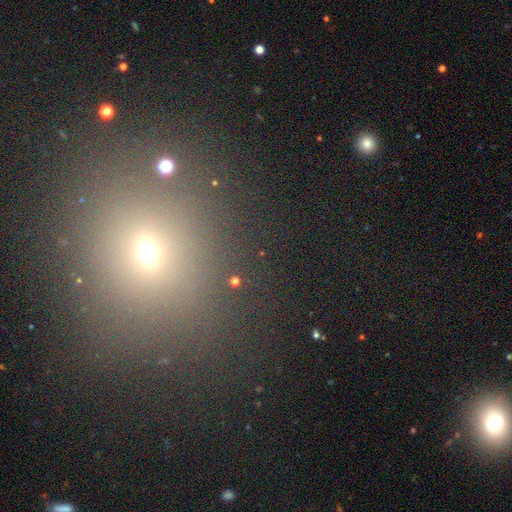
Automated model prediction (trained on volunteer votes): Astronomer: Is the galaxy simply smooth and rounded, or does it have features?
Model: smooth — 48% (runner-up: star or artifact, 43%).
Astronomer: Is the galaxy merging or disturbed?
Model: none — 85%.